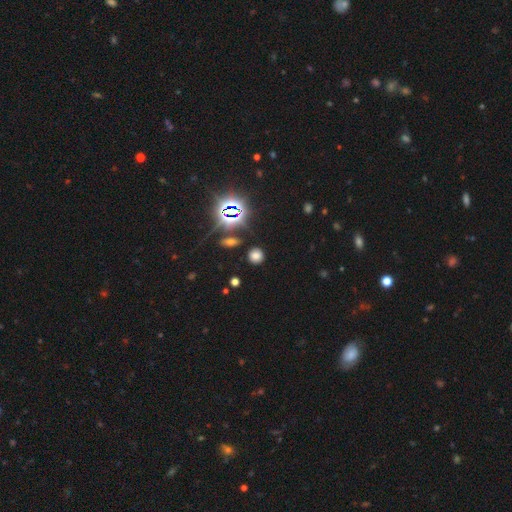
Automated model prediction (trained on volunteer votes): Smooth or featured? Predicted: smooth (p=0.65). How rounded? Predicted: round (p=0.88). Merging? Predicted: none (p=0.87).